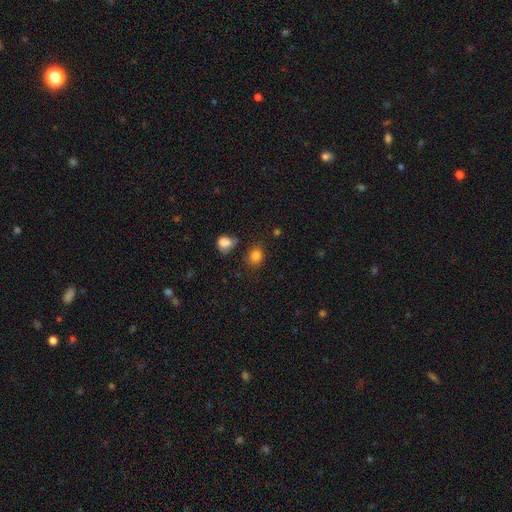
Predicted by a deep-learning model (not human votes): Smooth or featured? Predicted: smooth (p=0.83). How rounded? Predicted: round (p=0.65). Merging? Predicted: none (p=0.73).